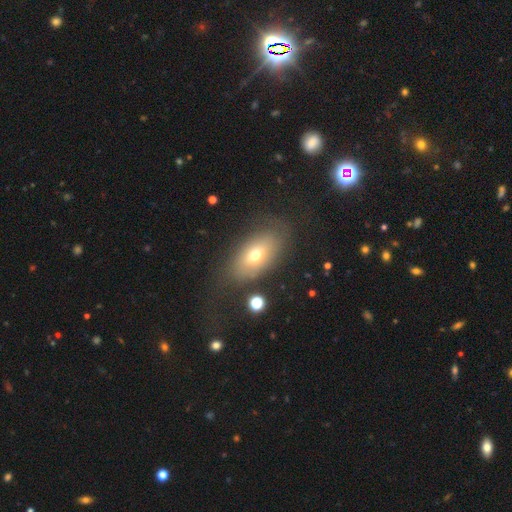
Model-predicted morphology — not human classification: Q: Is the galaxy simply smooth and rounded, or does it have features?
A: smooth — 65%.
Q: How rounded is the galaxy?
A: in between — 86%.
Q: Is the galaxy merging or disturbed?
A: none — 74%.